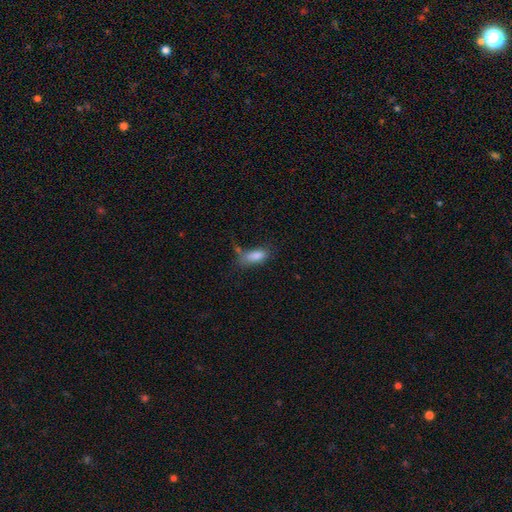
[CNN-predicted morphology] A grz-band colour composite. It shows a smooth galaxy with no disk features (80%) that is in between round and cigar-shaped (78%). Merging: none (49%).